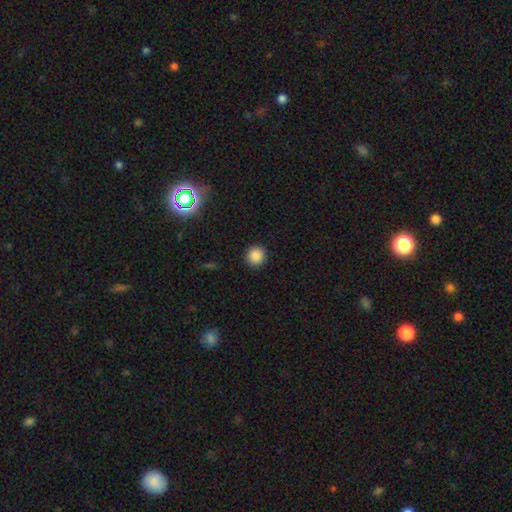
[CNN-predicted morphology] The model was most divided on "smooth or featured": smooth: 87%, star or artifact: 10%, featured or disk: 3%. More confident: how rounded — round (93%); merging — none (92%).